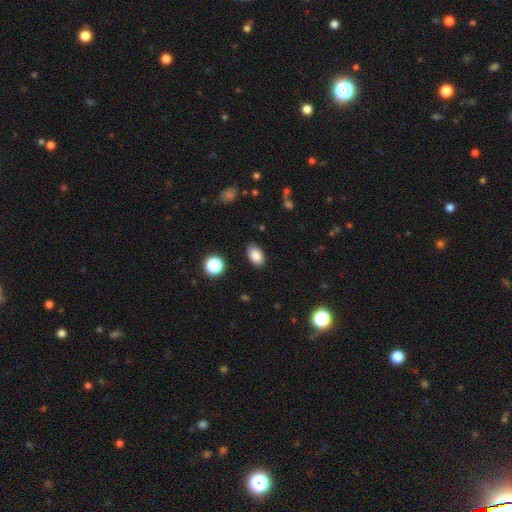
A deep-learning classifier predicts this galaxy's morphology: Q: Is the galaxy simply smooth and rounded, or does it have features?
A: smooth — 86%.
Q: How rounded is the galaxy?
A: in between — 89%.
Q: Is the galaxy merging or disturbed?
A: none — 87%.